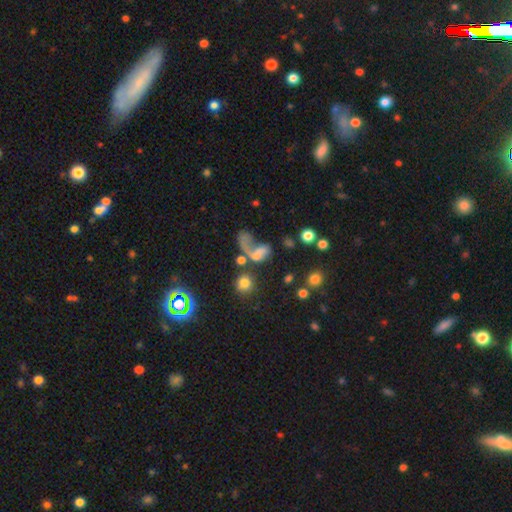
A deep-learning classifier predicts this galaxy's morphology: type=smooth (44%); merging=major disturbance (37%).